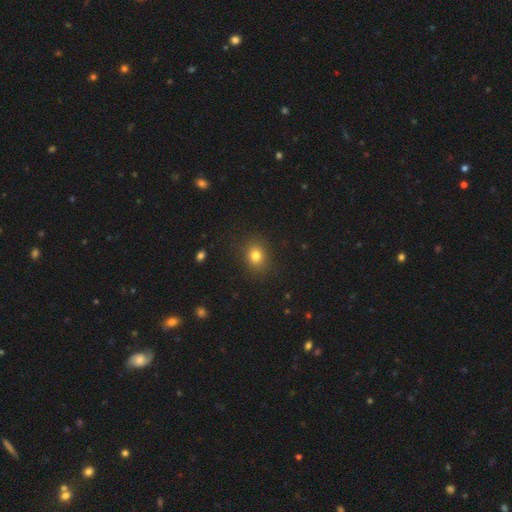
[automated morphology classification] smooth-or-featured: smooth: 79% | star or artifact: 13% | featured or disk: 7%
  how-rounded: round: 60% | in between: 39% | cigar-shaped: 1%
  merging: none: 87% | minor disturbance: 9% | major disturbance: 3% | merger: 1%